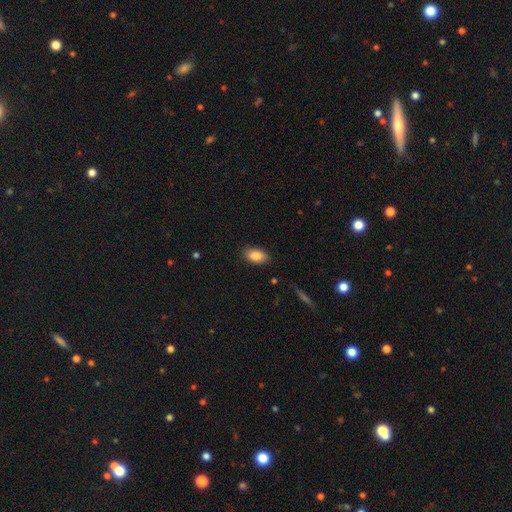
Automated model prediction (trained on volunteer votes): Morphology: type=smooth (86%); roundness=in between (92%); merging=none (85%).